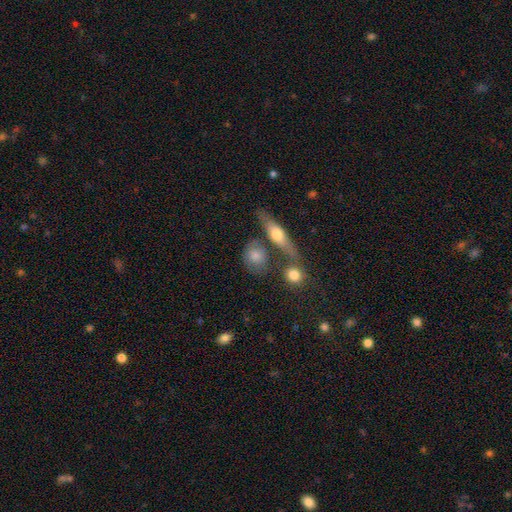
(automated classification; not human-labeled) Overall: smooth (75%). How rounded: round (51%; in between 40%). Merging: none (59%; merger 21%).